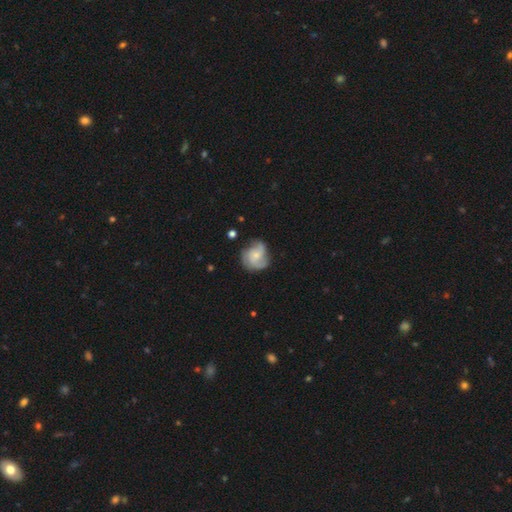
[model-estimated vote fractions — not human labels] The model was most divided on "spiral winding": medium: 45%, tight: 36%, loose: 19%. More confident: edge-on disk — no (98%); spiral arms — yes (92%); bar — no (74%); smooth or featured — featured or disk (68%); merging — none (64%); bulge size — small (57%); spiral arm count — 3 (50%).